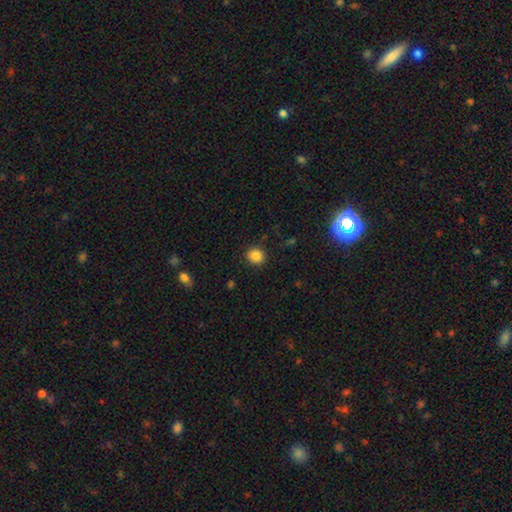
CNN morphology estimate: Q: Smooth or featured?
A: smooth (85%); runner-up: star or artifact (11%)
Q: How rounded?
A: round (76%); runner-up: in between (23%)
Q: Merging?
A: none (87%); runner-up: minor disturbance (9%)